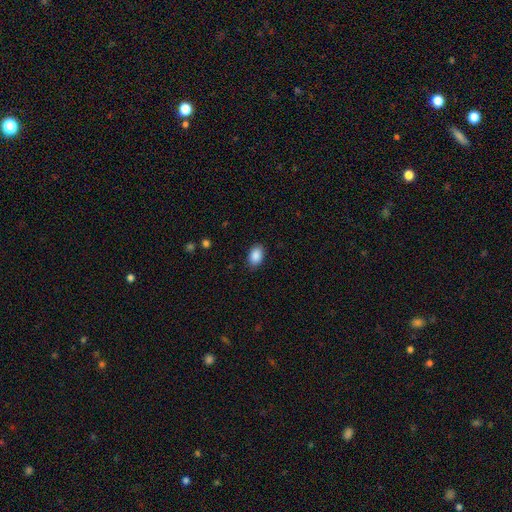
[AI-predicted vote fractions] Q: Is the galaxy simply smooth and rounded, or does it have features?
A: smooth — 89%.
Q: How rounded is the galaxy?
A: in between — 89%.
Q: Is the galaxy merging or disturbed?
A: none — 86%.